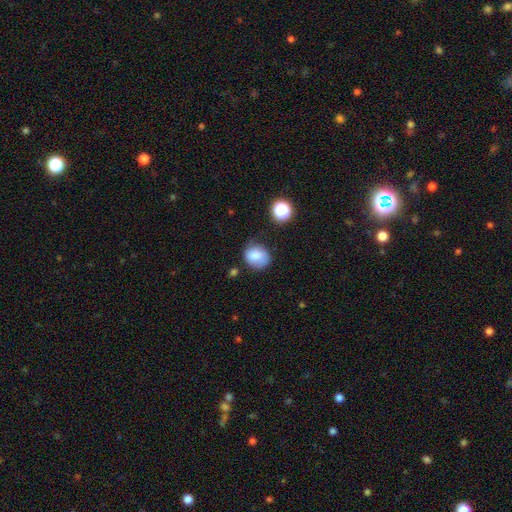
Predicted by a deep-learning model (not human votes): A smooth galaxy with no disk features (76%) that is round (70%).

Vote fractions:
- Smooth or featured? smooth: 76% / featured or disk: 14% / star or artifact: 10%
- How rounded? round: 70% / in between: 29% / cigar-shaped: 1%
- Merging? none: 62% / minor disturbance: 26% / major disturbance: 8% / merger: 4%